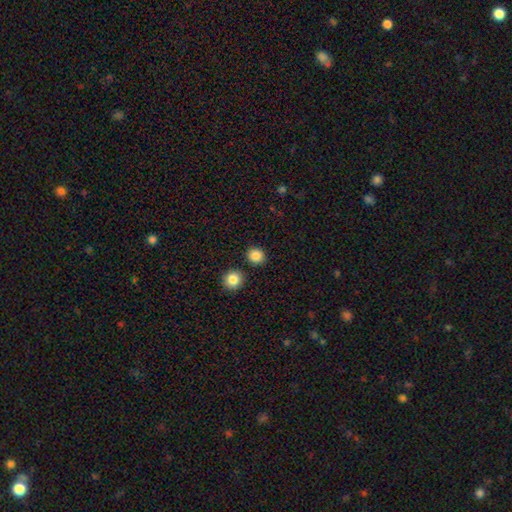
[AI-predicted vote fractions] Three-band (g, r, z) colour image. It shows a smooth galaxy with no disk features (86%) that is round (86%). Merging: none (87%).